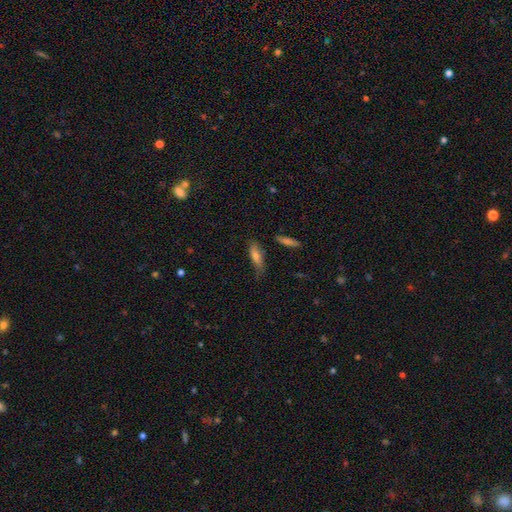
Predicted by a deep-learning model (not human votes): This appears to be a smooth galaxy with no disk features (68%) that is cigar-shaped (50%). Merging: none (61%).